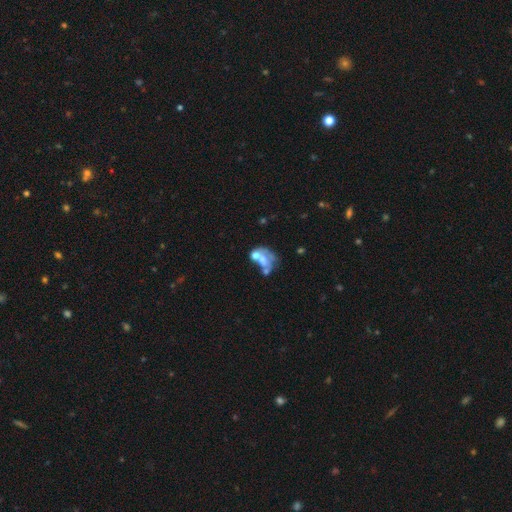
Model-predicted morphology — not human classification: The model was most divided on "bulge size": none: 44%, moderate: 28%, small: 18%, large: 8%, dominant: 2%. Remaining: edge-on disk — no (98%); bar — no (89%); spiral arms — no (88%); smooth or featured — featured or disk (54%); merging — merger (47%).